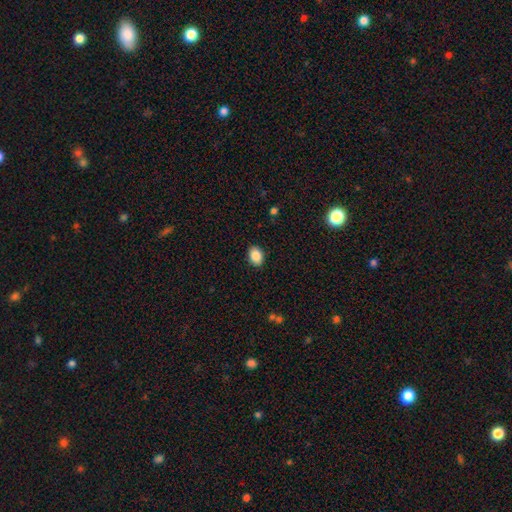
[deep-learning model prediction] Overall: smooth (88%). How rounded: in between (70%). Merging: none (89%).